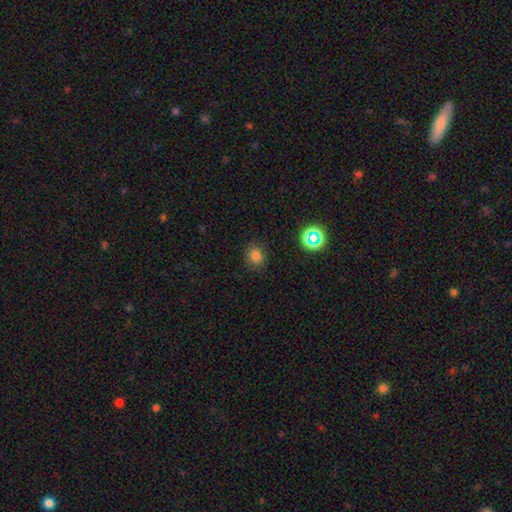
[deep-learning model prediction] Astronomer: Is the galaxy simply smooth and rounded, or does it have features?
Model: smooth — 76%.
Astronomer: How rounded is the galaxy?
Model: round — 78%.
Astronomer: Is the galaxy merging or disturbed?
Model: none — 85%.